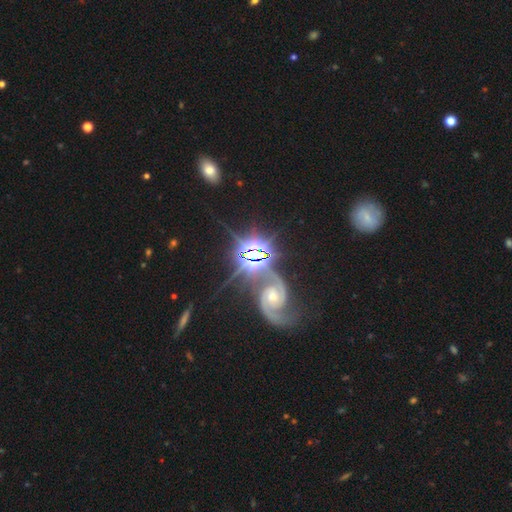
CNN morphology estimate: smooth-or-featured: featured or disk: 36% | smooth: 33% | star or artifact: 31%
  merging: merger: 53% | none: 27% | major disturbance: 10% | minor disturbance: 10%